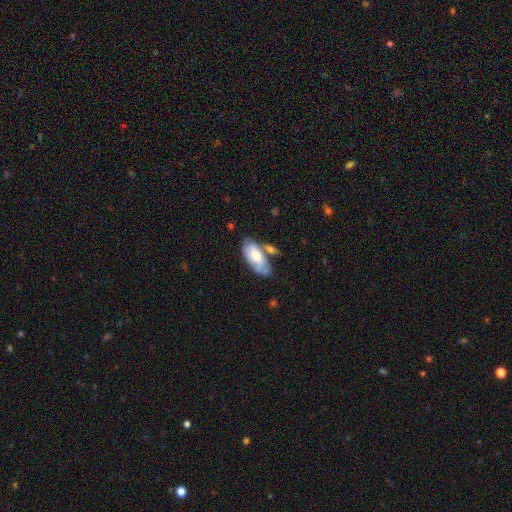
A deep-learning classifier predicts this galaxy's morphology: A smooth galaxy with no disk features (57%) that is in between round and cigar-shaped (88%).

Vote fractions:
- Smooth or featured? smooth: 57% / featured or disk: 37% / star or artifact: 6%
- How rounded? in between: 88% / cigar-shaped: 10% / round: 3%
- Merging? none: 49% / minor disturbance: 22% / merger: 21% / major disturbance: 7%